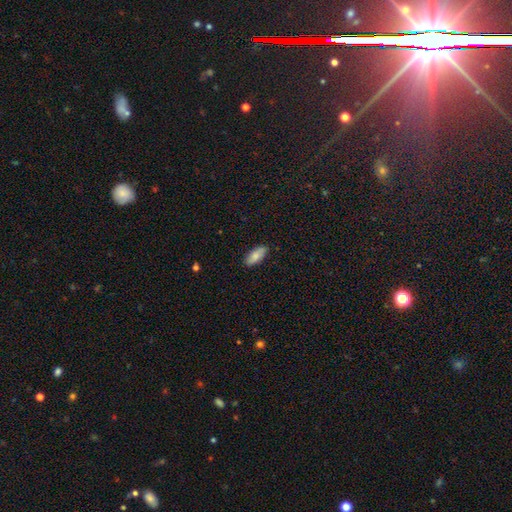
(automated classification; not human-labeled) A smooth galaxy with no disk features (81%) that is in between round and cigar-shaped (87%).

Vote fractions:
- Smooth or featured? smooth: 81% / featured or disk: 13% / star or artifact: 6%
- How rounded? in between: 87% / cigar-shaped: 11% / round: 2%
- Merging? none: 87% / minor disturbance: 10% / major disturbance: 2% / merger: 1%